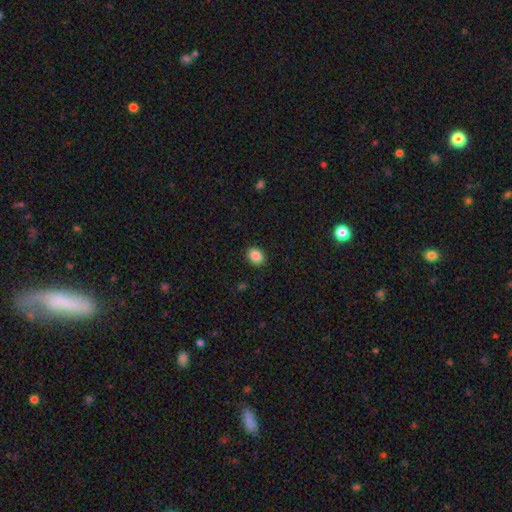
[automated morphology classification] Q: Smooth or featured?
A: smooth (88%); runner-up: star or artifact (9%)
Q: How rounded?
A: in between (51%); runner-up: round (48%)
Q: Merging?
A: none (89%); runner-up: minor disturbance (8%)